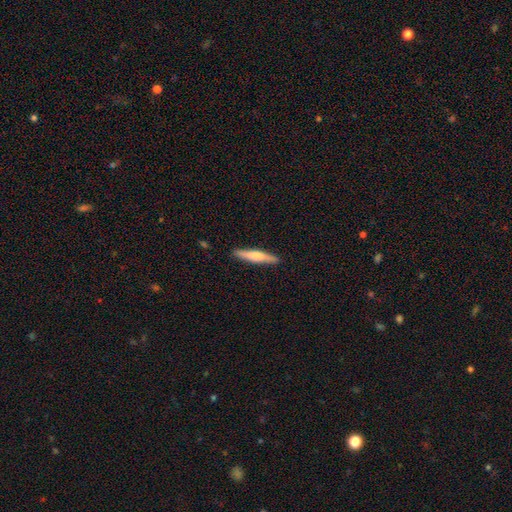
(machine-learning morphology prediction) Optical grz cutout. It shows a smooth galaxy with no disk features (61%) that is cigar-shaped (90%). Merging: none (89%).